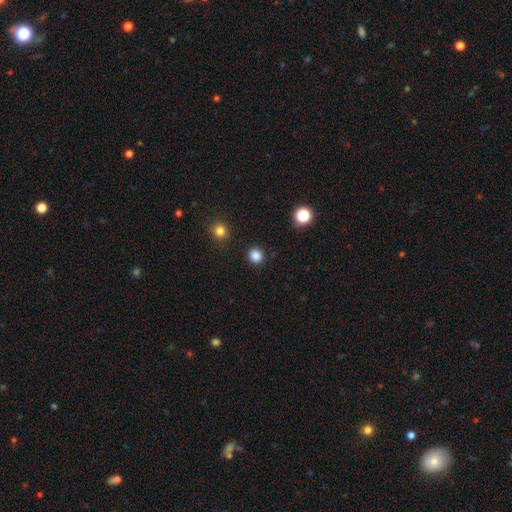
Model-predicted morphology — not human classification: This appears to be a smooth galaxy with no disk features (85%) that is round (85%). Merging: none (91%).